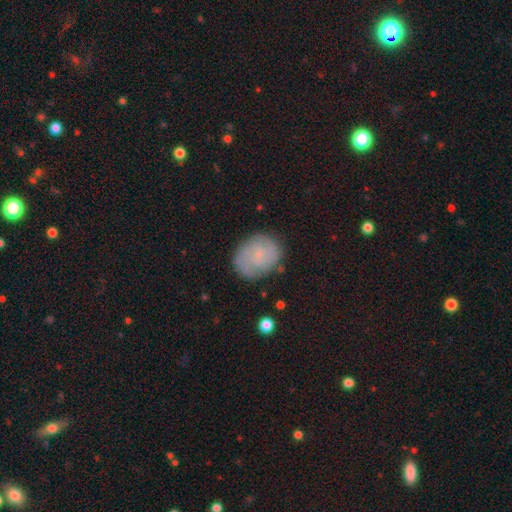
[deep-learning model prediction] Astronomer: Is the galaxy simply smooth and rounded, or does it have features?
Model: featured or disk — 50% (runner-up: smooth, 41%).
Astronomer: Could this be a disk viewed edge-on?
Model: no — 97%.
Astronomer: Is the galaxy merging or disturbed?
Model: none — 77%.